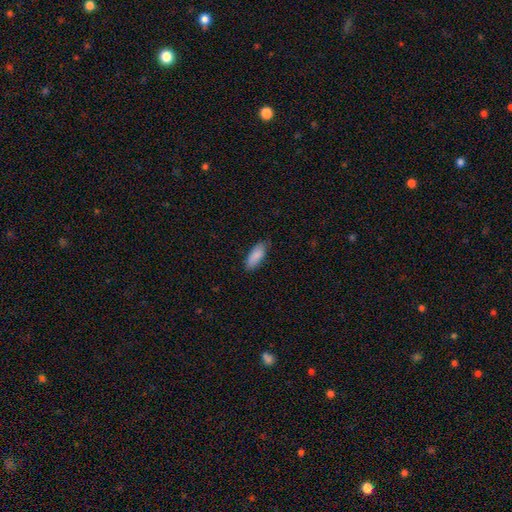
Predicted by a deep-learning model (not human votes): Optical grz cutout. It shows a smooth galaxy with no disk features (88%) that is in between round and cigar-shaped (77%). Merging: none (80%).